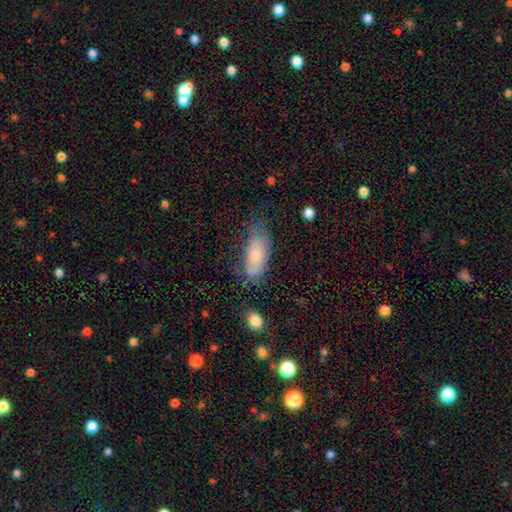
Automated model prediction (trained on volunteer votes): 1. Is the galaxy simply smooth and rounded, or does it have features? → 76% smooth, 17% featured or disk, 7% star or artifact.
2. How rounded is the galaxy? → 84% in between, 14% cigar-shaped, 2% round.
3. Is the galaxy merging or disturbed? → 46% none, 34% minor disturbance, 16% major disturbance, 4% merger.